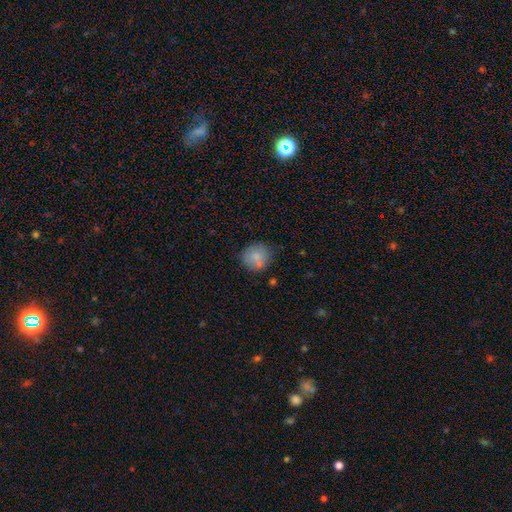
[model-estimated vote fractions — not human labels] A smooth galaxy with no disk features (81%) that is round (85%). Merging: none (68%).